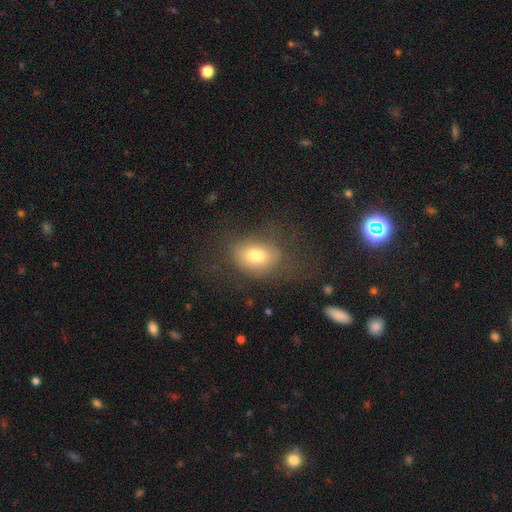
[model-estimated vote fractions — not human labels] smooth_or_featured: smooth (p=0.71) [alt: featured or disk p=0.18]
how_rounded: in between (p=0.71) [alt: round p=0.27]
merging: none (p=0.57) [alt: minor disturbance p=0.21]